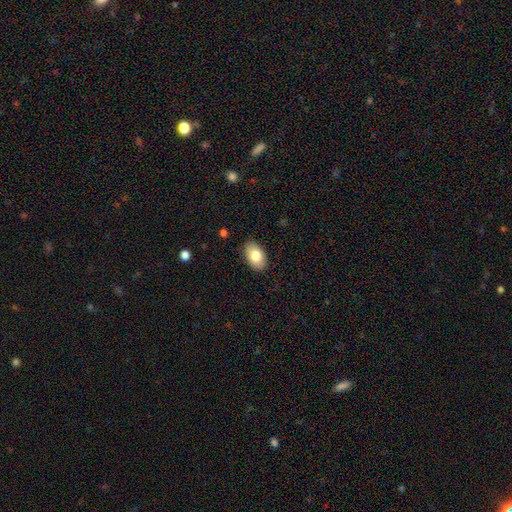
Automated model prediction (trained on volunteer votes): Smooth or featured?
  - smooth: 81% *
  - featured or disk: 12%
  - star or artifact: 7%
How rounded?
  - in between: 92% *
  - round: 7%
  - cigar-shaped: 1%
Merging?
  - none: 88% *
  - minor disturbance: 9%
  - major disturbance: 2%
  - merger: 1%